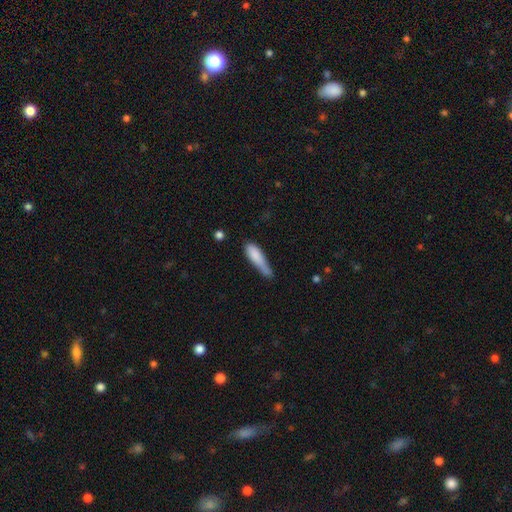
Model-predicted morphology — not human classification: smooth-or-featured: smooth: 80% | featured or disk: 13% | star or artifact: 7%
  how-rounded: cigar-shaped: 68% | in between: 30% | round: 2%
  merging: minor disturbance: 40% | none: 34% | major disturbance: 16% | merger: 10%